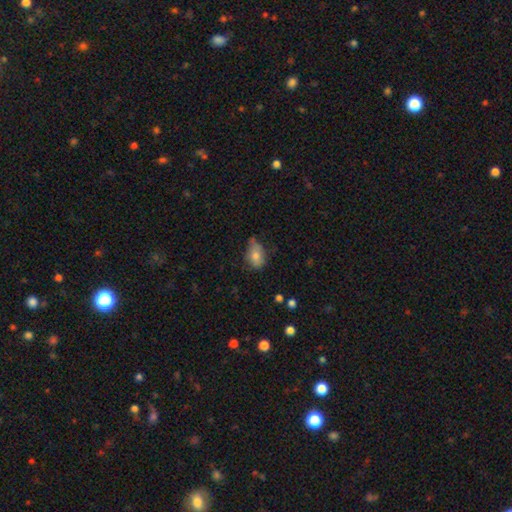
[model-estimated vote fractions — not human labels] smooth-or-featured: smooth: 75% | featured or disk: 15% | star or artifact: 9%
  how-rounded: in between: 84% | round: 14% | cigar-shaped: 2%
  merging: none: 49% | minor disturbance: 39% | major disturbance: 9% | merger: 3%